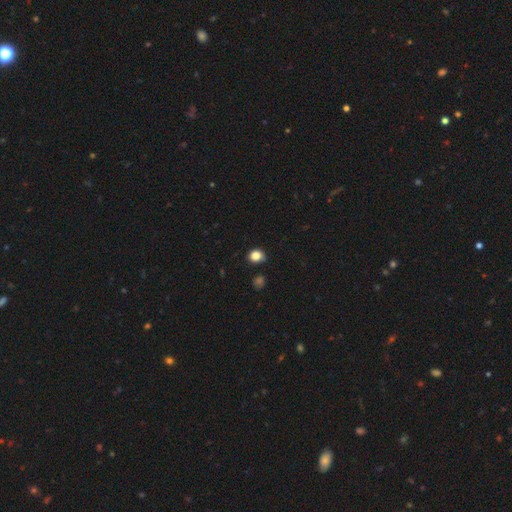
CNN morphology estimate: smooth_or_featured: smooth (p=0.83) [alt: star or artifact p=0.12]
how_rounded: round (p=0.69) [alt: in between p=0.30]
merging: none (p=0.79) [alt: minor disturbance p=0.15]